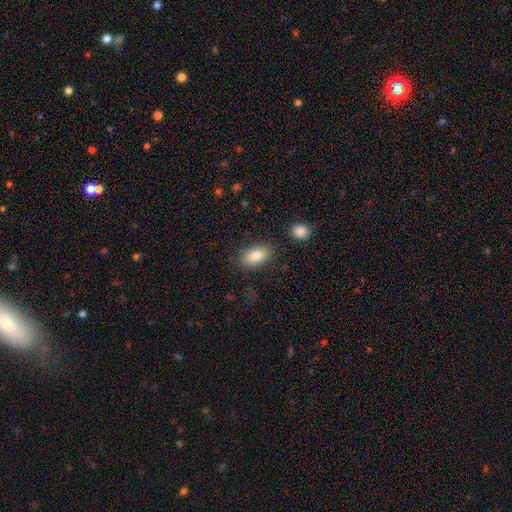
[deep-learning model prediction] smooth 85%, star or artifact 7%, featured or disk 7%. Down the decision tree: how rounded — in between (92%); merging — none (83%).